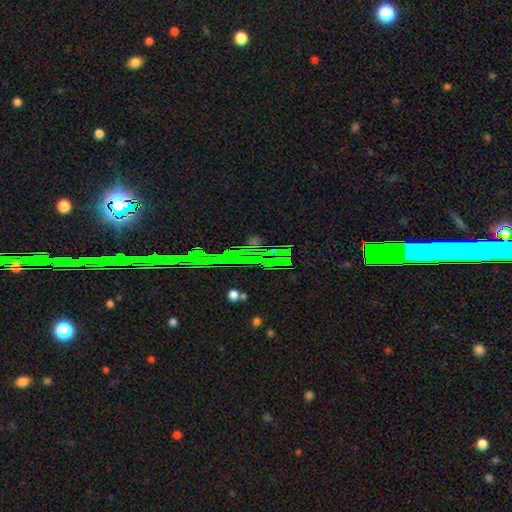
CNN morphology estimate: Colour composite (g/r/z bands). It shows a star or artifact, not a galaxy (78%).